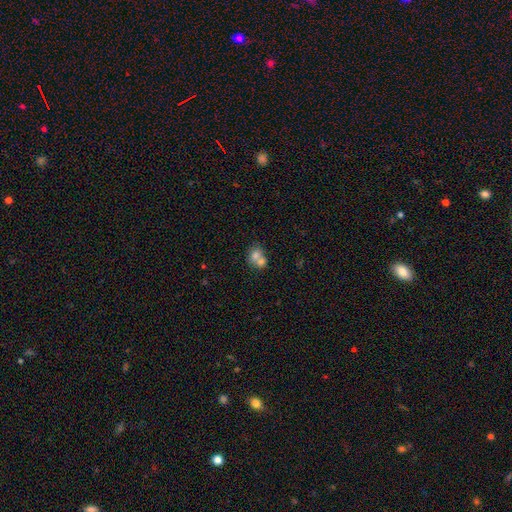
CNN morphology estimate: type=smooth (71%); roundness=round (56%); merging=merger (67%).